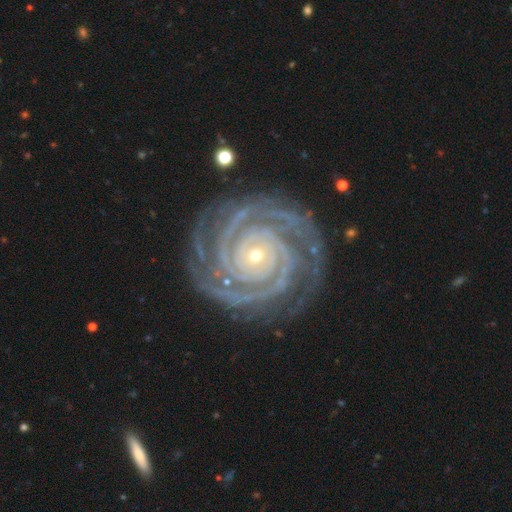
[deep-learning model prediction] A featured or disk galaxy (93%) with no bar (73%), 2 (32%) tight (89%) spiral arms (99%) and a small central bulge (77%). Merging: none (82%).